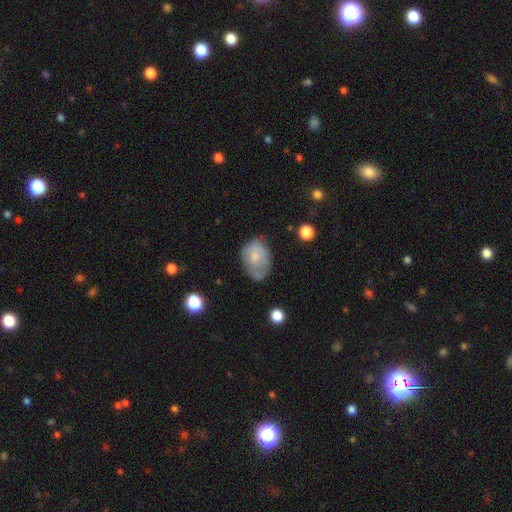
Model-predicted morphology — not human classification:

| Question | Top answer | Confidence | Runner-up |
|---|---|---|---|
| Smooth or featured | smooth | 65% | featured or disk (28%) |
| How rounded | in between | 82% | round (17%) |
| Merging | none | 48% | minor disturbance (37%) |